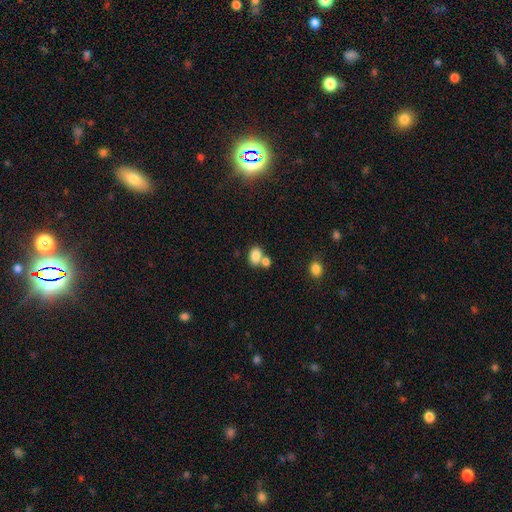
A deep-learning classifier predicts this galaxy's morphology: Overall: smooth (83%). How rounded: in between (72%). Merging: none (49%; merger 37%).